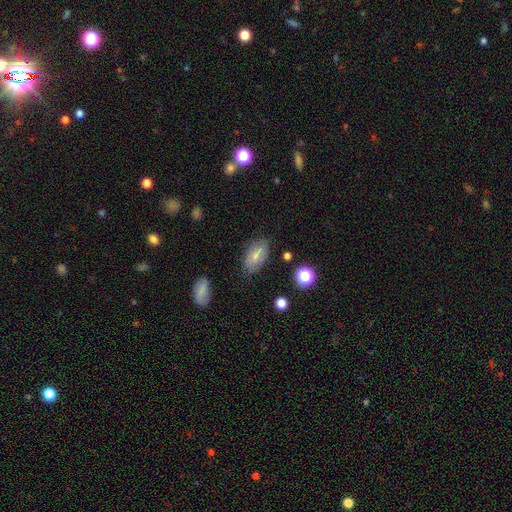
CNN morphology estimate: smooth-or-featured: smooth: 66% | featured or disk: 24% | star or artifact: 9%
  how-rounded: in between: 90% | cigar-shaped: 5% | round: 5%
  merging: none: 76% | minor disturbance: 17% | major disturbance: 5% | merger: 2%